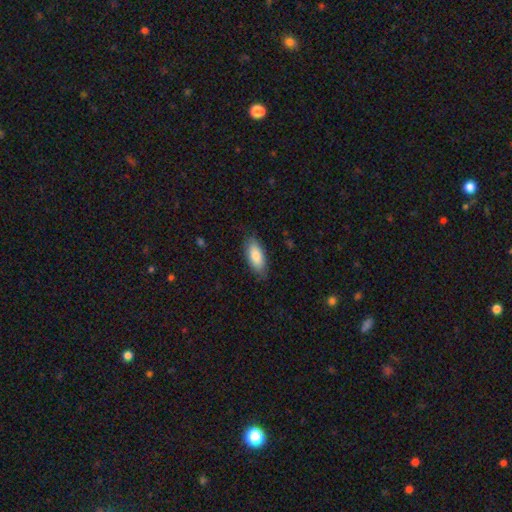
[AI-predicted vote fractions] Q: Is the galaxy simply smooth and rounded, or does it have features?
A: smooth — 83%.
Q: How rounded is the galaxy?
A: in between — 83%.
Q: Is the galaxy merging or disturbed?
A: none — 82%.